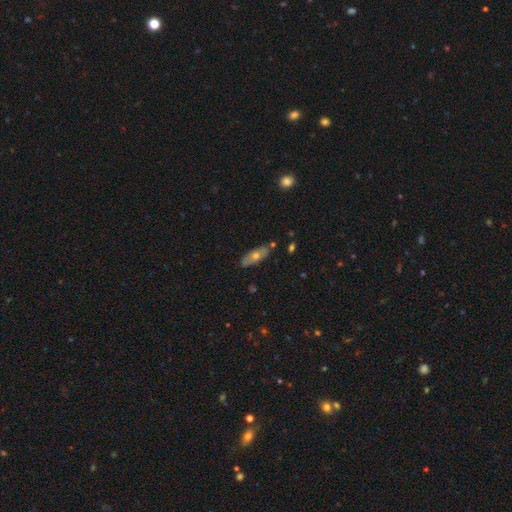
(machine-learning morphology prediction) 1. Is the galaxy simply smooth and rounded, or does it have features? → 47% featured or disk, 45% smooth, 8% star or artifact.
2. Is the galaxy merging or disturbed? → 83% none, 12% minor disturbance, 3% merger, 2% major disturbance.